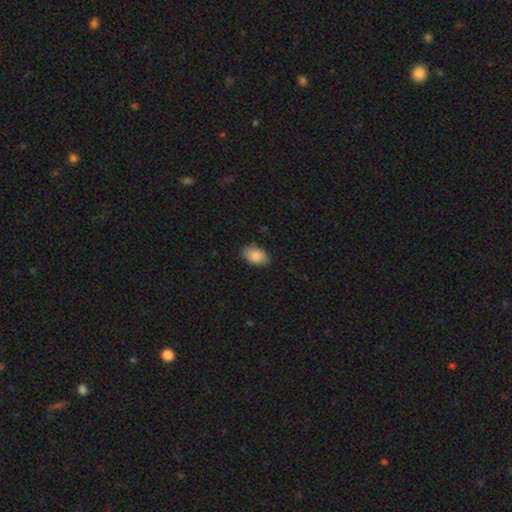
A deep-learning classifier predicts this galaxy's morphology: type=smooth (88%); roundness=in between (89%); merging=none (83%).